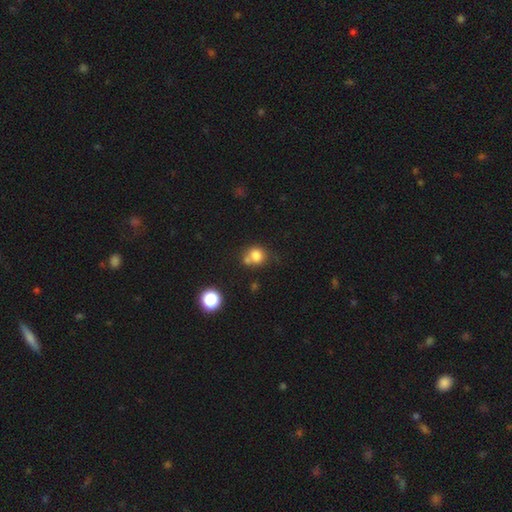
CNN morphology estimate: This is likely a smooth galaxy (78%). How rounded: likely round (80%). Merging: possibly none (49%).